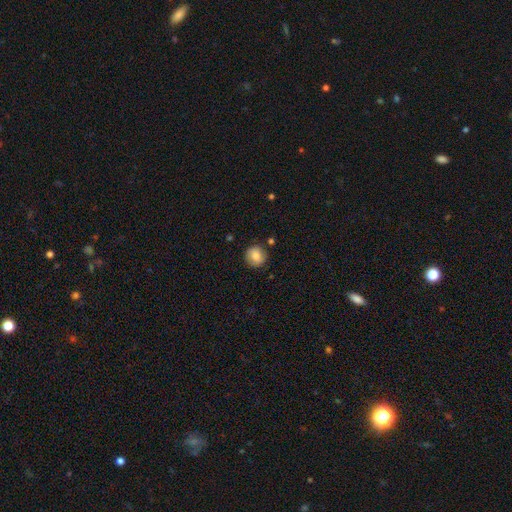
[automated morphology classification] The model was most divided on "smooth or featured": smooth: 80%, featured or disk: 11%, star or artifact: 8%. More confident: how rounded — round (92%); merging — none (86%).